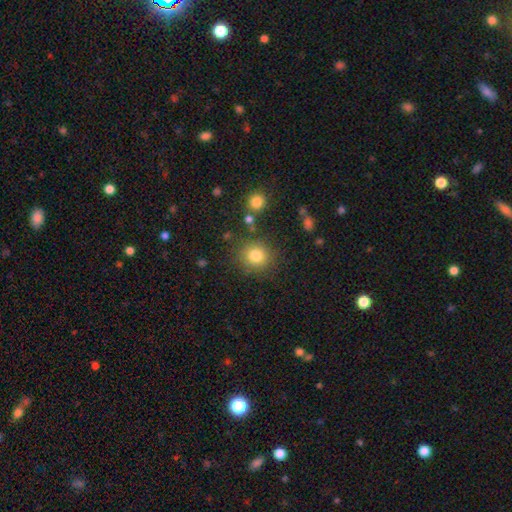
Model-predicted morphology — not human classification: This is clearly a smooth galaxy (81%). How rounded: clearly round (89%). Merging: clearly none (83%).